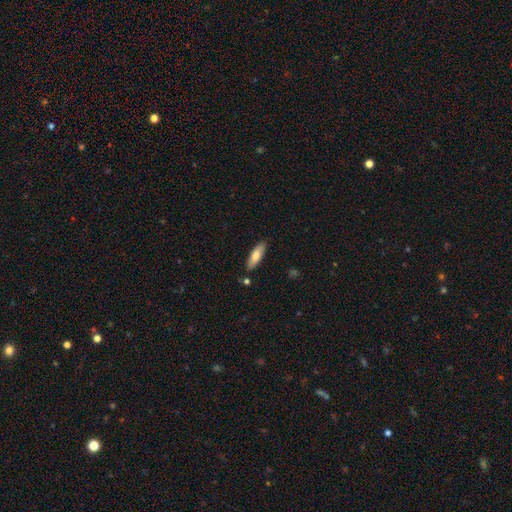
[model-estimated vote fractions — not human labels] Smooth or featured: smooth — 73% (featured or disk — 21%)
How rounded: in between — 52% (cigar-shaped — 46%)
Merging: none — 85% (minor disturbance — 10%)